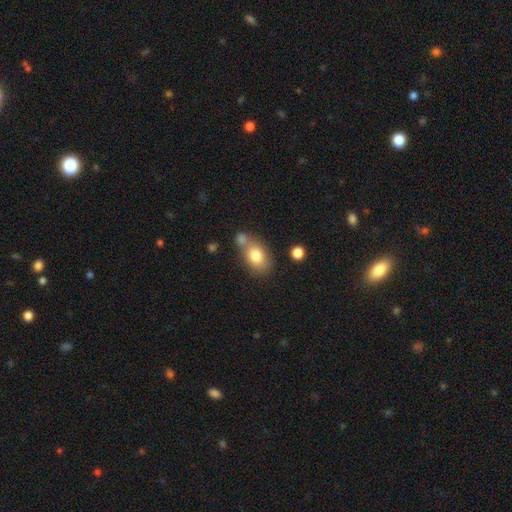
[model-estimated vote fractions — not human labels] Smooth or featured? Predicted: smooth (p=0.78). How rounded? Predicted: in between (p=0.76). Merging? Predicted: none (p=0.49).